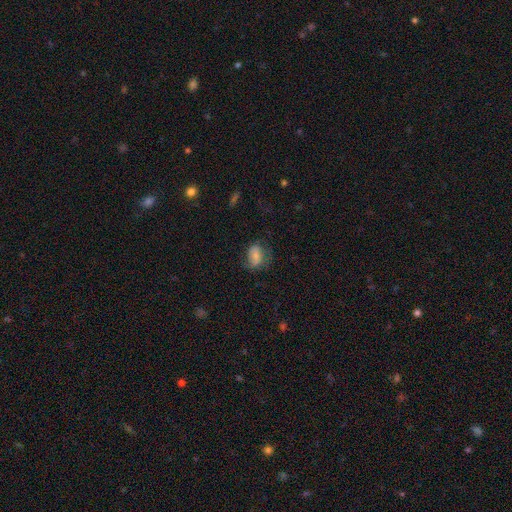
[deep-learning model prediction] A smooth galaxy with no disk features (61%) that is in between round and cigar-shaped (75%).

Vote fractions:
- Smooth or featured? smooth: 61% / featured or disk: 30% / star or artifact: 9%
- How rounded? in between: 75% / round: 24% / cigar-shaped: 2%
- Merging? none: 52% / minor disturbance: 26% / major disturbance: 20% / merger: 2%